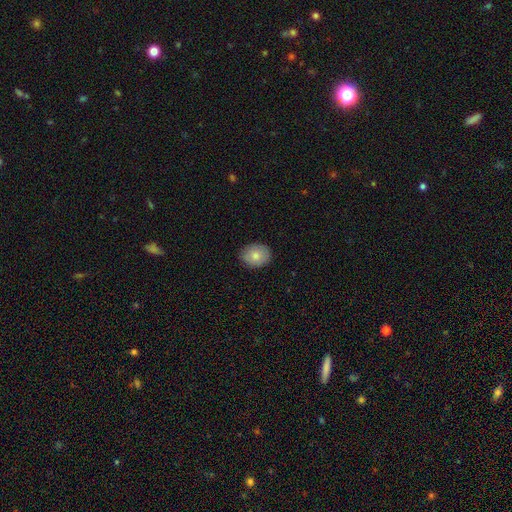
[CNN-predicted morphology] type=smooth (80%); roundness=in between (53%); merging=none (86%).